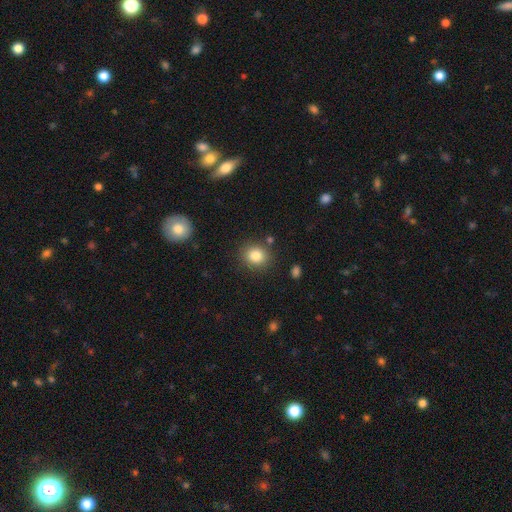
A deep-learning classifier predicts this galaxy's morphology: type=smooth (83%); roundness=round (78%); merging=none (84%).